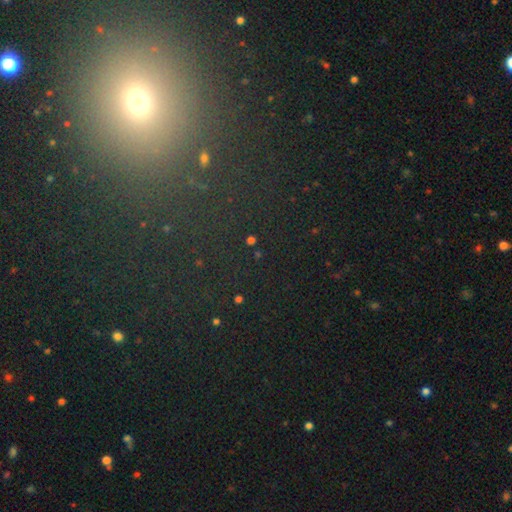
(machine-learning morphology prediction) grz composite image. It shows a star or artifact, not a galaxy (57%).